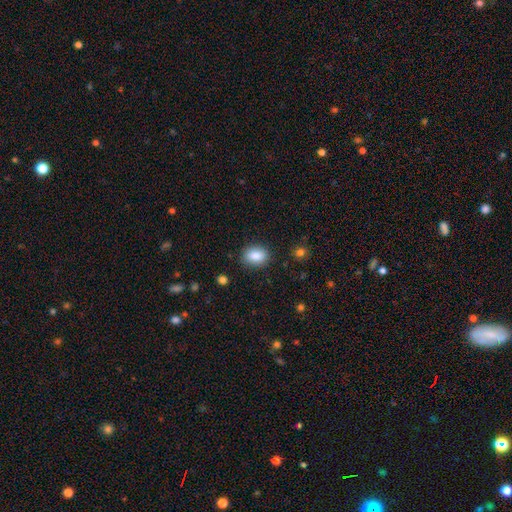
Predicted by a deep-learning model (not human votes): Smooth or featured?
  - smooth: 87% *
  - star or artifact: 8%
  - featured or disk: 5%
How rounded?
  - in between: 71% *
  - round: 28%
  - cigar-shaped: 1%
Merging?
  - none: 86% *
  - minor disturbance: 10%
  - major disturbance: 3%
  - merger: 1%